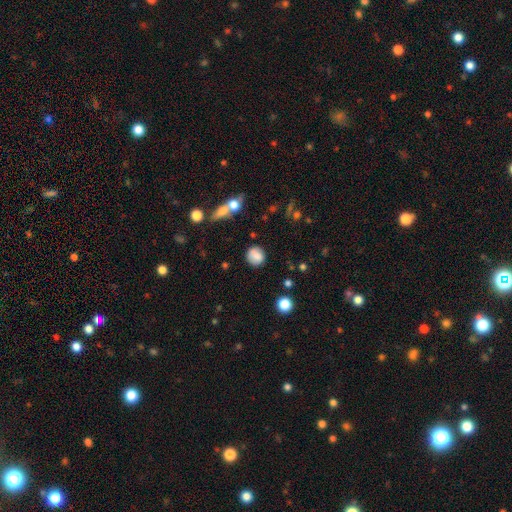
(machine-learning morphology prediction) The model was most divided on "how rounded": round: 77%, in between: 22%, cigar-shaped: 1%. More confident: merging — none (81%); smooth or featured — smooth (80%).